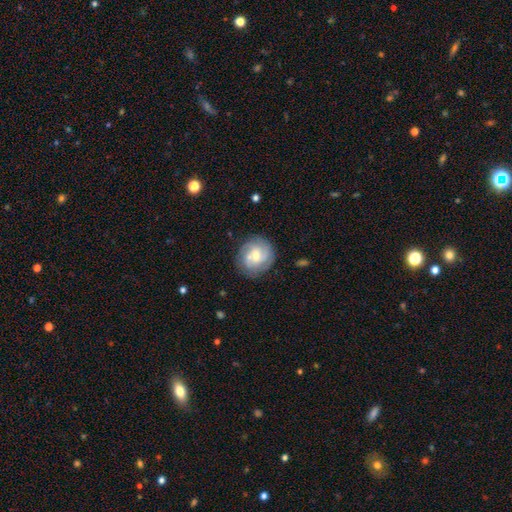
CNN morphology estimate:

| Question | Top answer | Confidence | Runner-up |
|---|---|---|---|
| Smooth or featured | featured or disk | 70% | smooth (23%) |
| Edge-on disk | no | 98% | yes (2%) |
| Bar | weak | 47% | no (42%) |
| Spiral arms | yes | 91% | no (9%) |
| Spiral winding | tight | 46% | medium (39%) |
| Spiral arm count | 3 | 30% | tied: 2 (30%) |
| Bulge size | moderate | 55% | small (39%) |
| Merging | none | 80% | minor disturbance (13%) |